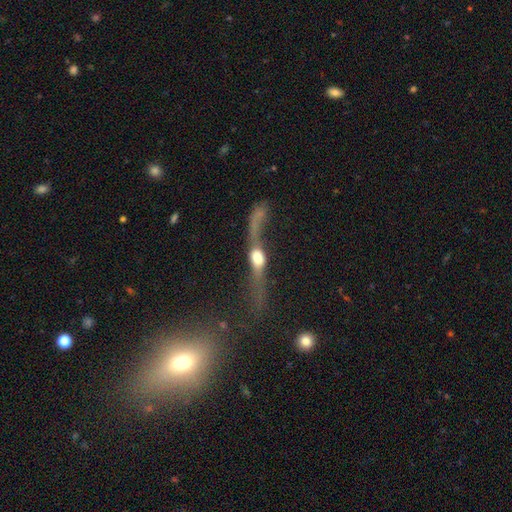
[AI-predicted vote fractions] Smooth or featured?
  - featured or disk: 79% *
  - star or artifact: 11%
  - smooth: 11%
Edge-on disk?
  - yes: 62% *
  - no: 38%
Merging?
  - none: 49% *
  - major disturbance: 21%
  - minor disturbance: 18%
  - merger: 12%